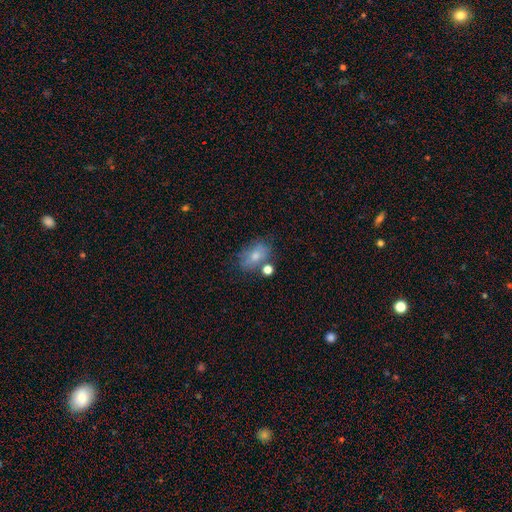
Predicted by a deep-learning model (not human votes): Overall: smooth (70%). How rounded: in between (79%). Merging: none (57%; minor disturbance 20%).